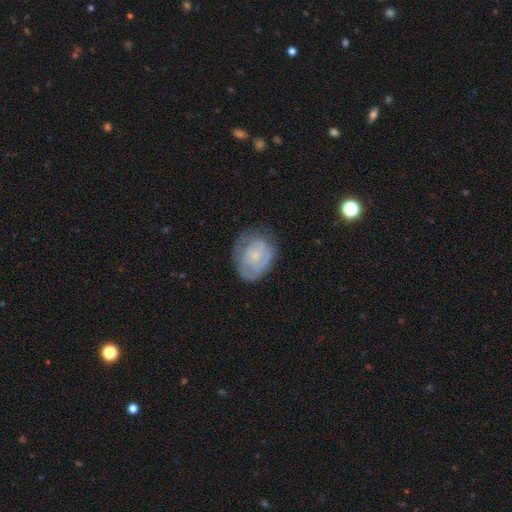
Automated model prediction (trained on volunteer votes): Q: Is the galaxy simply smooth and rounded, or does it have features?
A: featured or disk — 50%.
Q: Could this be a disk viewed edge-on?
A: no — 97%.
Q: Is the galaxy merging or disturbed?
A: none — 62%.